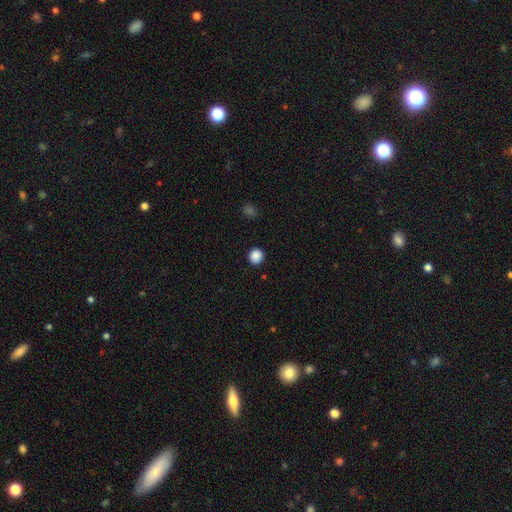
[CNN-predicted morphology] The model was most divided on "smooth or featured": smooth: 88%, star or artifact: 9%, featured or disk: 3%. More confident: merging — none (92%); how rounded — round (92%).